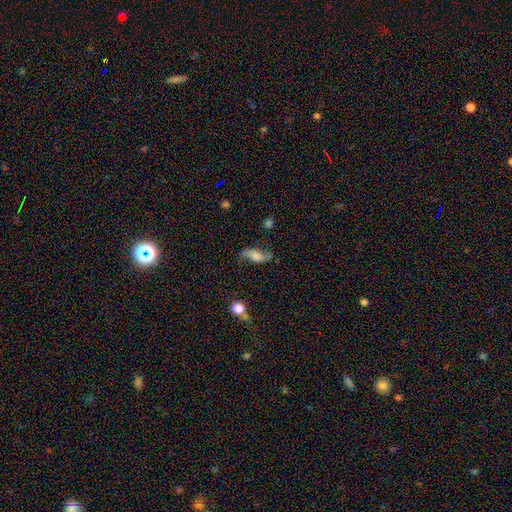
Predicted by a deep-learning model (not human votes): Smooth or featured?
  - featured or disk: 68% *
  - smooth: 23%
  - star or artifact: 9%
Edge-on disk?
  - no: 89% *
  - yes: 11%
Bar?
  - no: 55% *
  - weak: 32%
  - strong: 13%
Spiral arms?
  - yes: 93% *
  - no: 7%
Spiral winding?
  - loose: 84% *
  - medium: 12%
  - tight: 4%
Spiral arm count?
  - 2: 92% *
  - can't tell: 2%
  - 1: 2%
  - 3: 1%
  - 4: 1%
  - more than 4: 1%
Bulge size?
  - none: 29% *
  - large: 25%
  - moderate: 21%
  - small: 18%
  - dominant: 7%
Merging?
  - none: 68% *
  - minor disturbance: 19%
  - major disturbance: 10%
  - merger: 3%